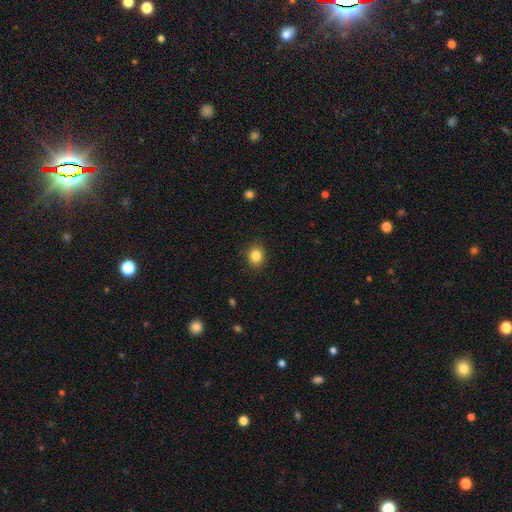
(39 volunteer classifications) Volunteers were most divided on "how rounded": round: 64%, in between: 36%, cigar-shaped: 0%. More confident: merging — none (89%); smooth or featured — smooth (85%).